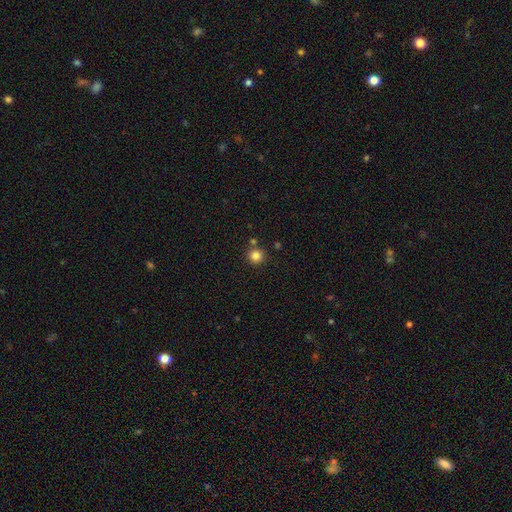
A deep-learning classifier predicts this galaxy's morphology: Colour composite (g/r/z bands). It shows a smooth galaxy with no disk features (83%) that is round (94%). Merging: none (81%).